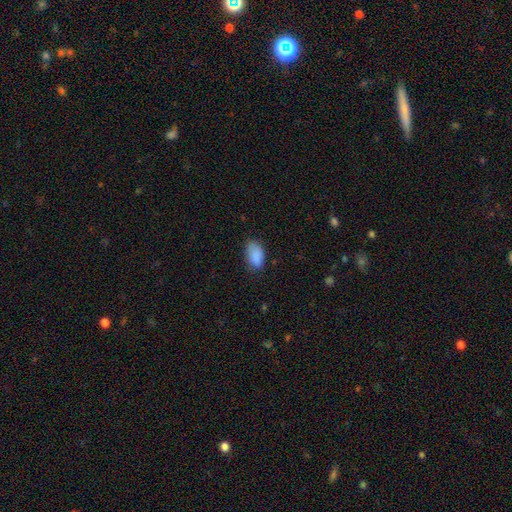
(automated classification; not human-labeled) A smooth galaxy with no disk features (88%) that is in between round and cigar-shaped (93%).

Vote fractions:
- Smooth or featured? smooth: 88% / star or artifact: 8% / featured or disk: 4%
- How rounded? in between: 93% / round: 5% / cigar-shaped: 2%
- Merging? none: 72% / minor disturbance: 23% / major disturbance: 4% / merger: 1%